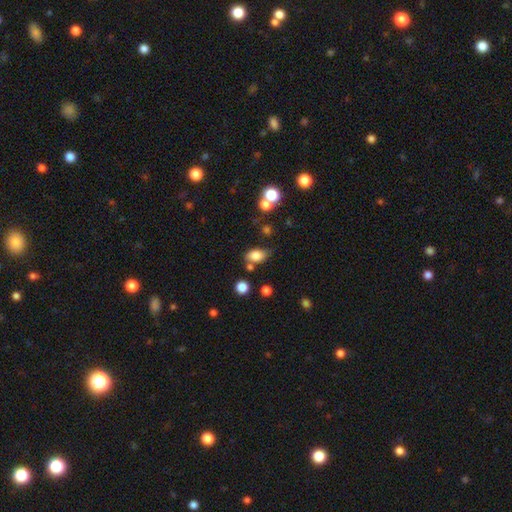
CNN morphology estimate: Smooth or featured?
  - smooth: 82% *
  - star or artifact: 10%
  - featured or disk: 8%
How rounded?
  - in between: 83% *
  - round: 15%
  - cigar-shaped: 2%
Merging?
  - none: 63% *
  - minor disturbance: 20%
  - merger: 11%
  - major disturbance: 6%